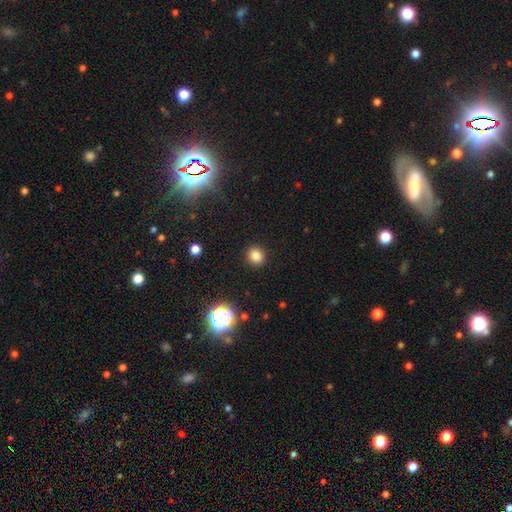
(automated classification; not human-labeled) This is clearly a smooth galaxy (82%). How rounded: clearly round (84%). Merging: clearly none (91%).